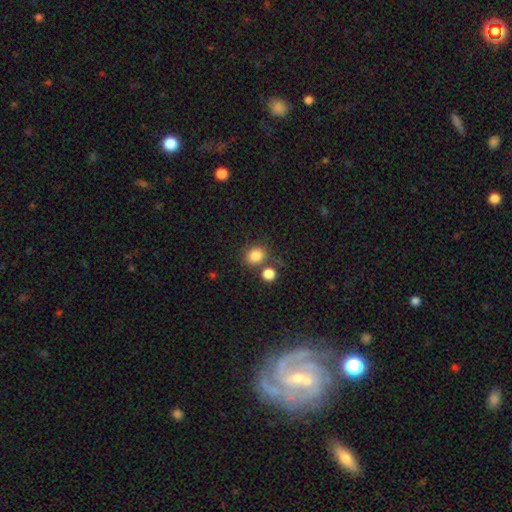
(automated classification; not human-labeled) This appears to be a smooth galaxy with no disk features (83%) that is round (67%). Merging: none (66%).